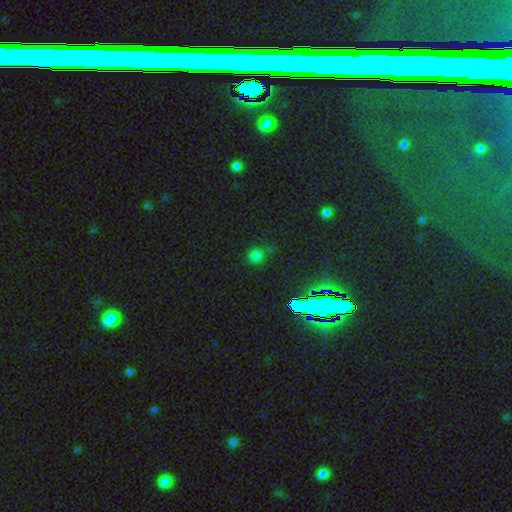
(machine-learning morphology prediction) This is likely a smooth galaxy (62%). How rounded: clearly round (82%). Merging: likely none (79%).